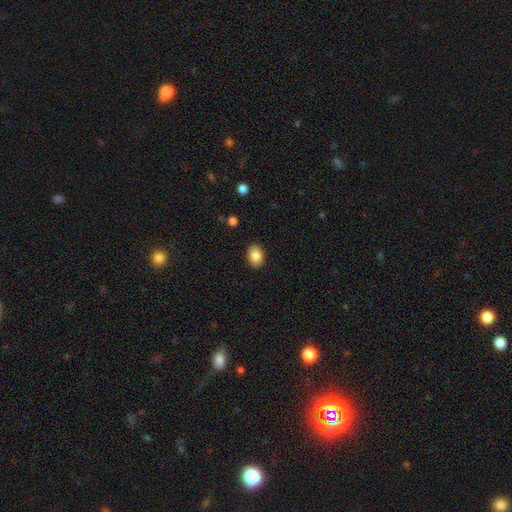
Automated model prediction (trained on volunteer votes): Smooth or featured? smooth (85%)
How rounded? in between (73%)
Merging? none (89%)